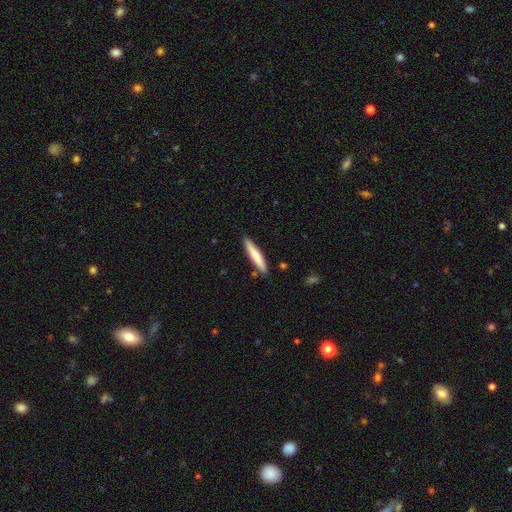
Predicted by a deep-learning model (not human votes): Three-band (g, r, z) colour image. It shows a smooth galaxy with no disk features (74%) that is cigar-shaped (91%). Merging: none (87%).